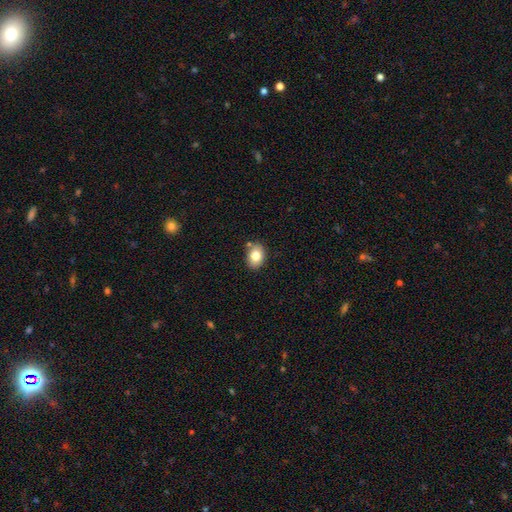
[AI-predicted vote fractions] Smooth or featured? smooth (80%)
How rounded? in between (71%)
Merging? none (80%)